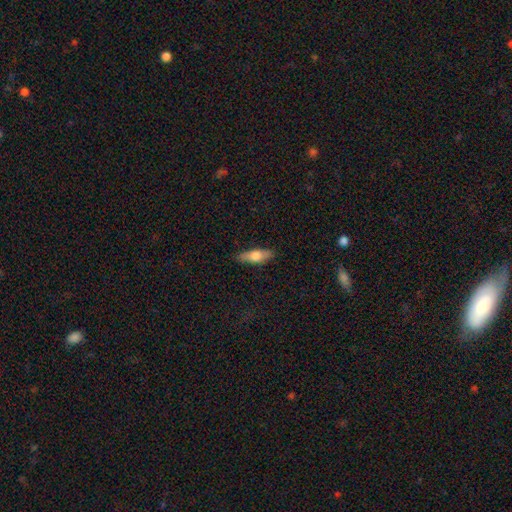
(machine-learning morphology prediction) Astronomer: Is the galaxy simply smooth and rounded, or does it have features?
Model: smooth — 62%.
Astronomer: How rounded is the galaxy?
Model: in between — 55% (runner-up: cigar-shaped, 42%).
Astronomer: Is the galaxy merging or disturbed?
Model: none — 85%.